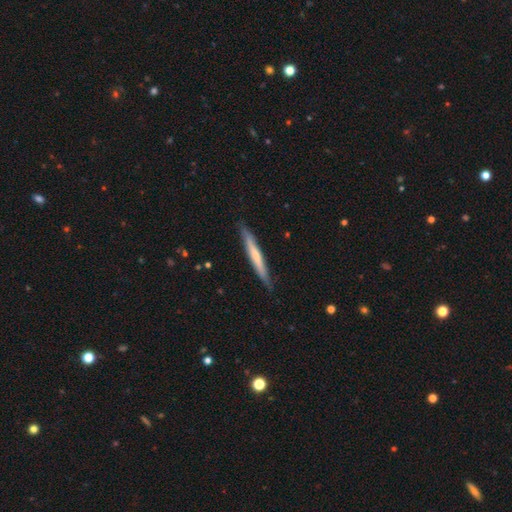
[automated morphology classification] A smooth galaxy with no disk features (52%) that is cigar-shaped (96%).

Vote fractions:
- Smooth or featured? smooth: 52% / featured or disk: 43% / star or artifact: 5%
- How rounded? cigar-shaped: 96% / in between: 3% / round: 1%
- Merging? none: 88% / minor disturbance: 10% / major disturbance: 2% / merger: 1%